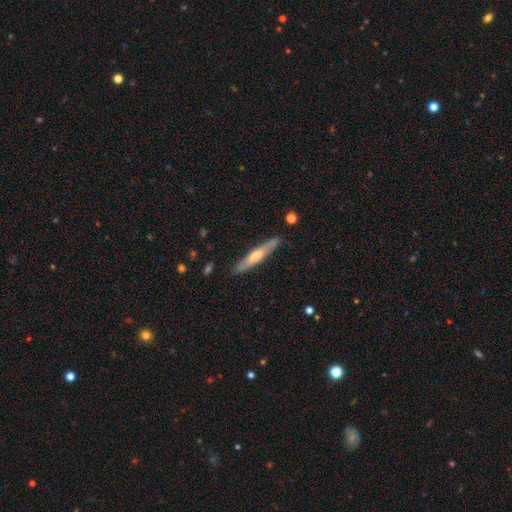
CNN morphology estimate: featured or disk 50%, smooth 45%, star or artifact 6%. Down the decision tree: merging — none (86%).